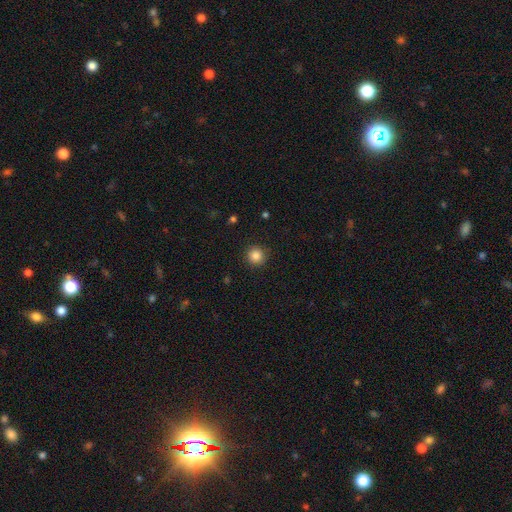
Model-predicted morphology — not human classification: Smooth or featured?
  - smooth: 85% *
  - star or artifact: 11%
  - featured or disk: 4%
How rounded?
  - round: 95% *
  - in between: 4%
  - cigar-shaped: 1%
Merging?
  - none: 91% *
  - minor disturbance: 6%
  - major disturbance: 2%
  - merger: 1%